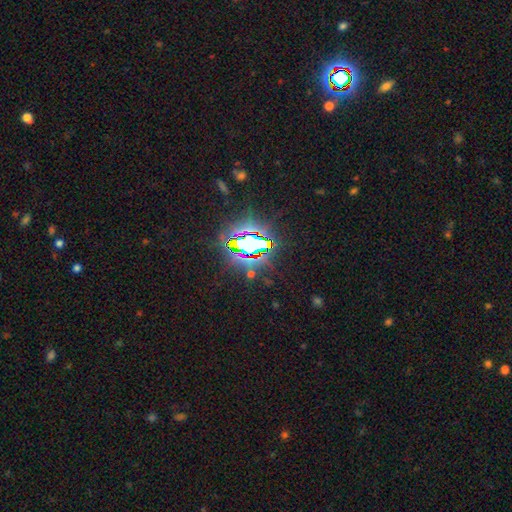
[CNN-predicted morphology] A star or artifact, not a galaxy (80%).